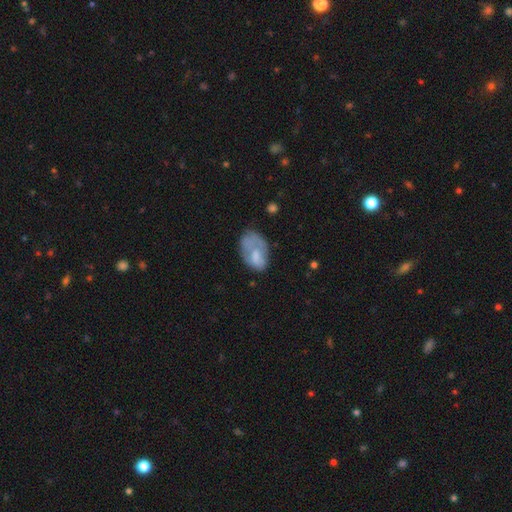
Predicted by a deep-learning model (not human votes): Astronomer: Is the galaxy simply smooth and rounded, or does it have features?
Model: smooth — 59% (runner-up: featured or disk, 34%).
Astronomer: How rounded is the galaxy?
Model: in between — 90%.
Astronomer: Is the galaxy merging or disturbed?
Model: none — 38% (runner-up: minor disturbance, 30%).